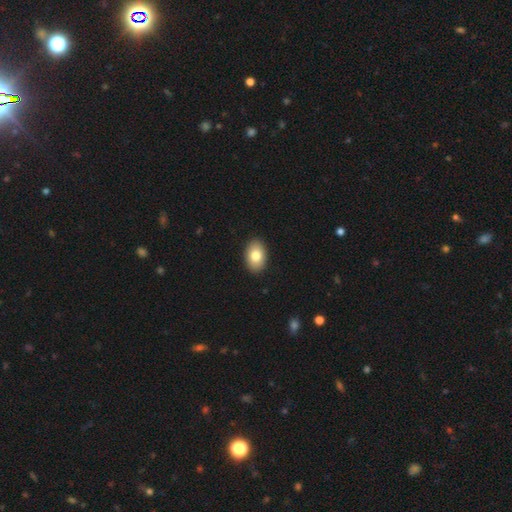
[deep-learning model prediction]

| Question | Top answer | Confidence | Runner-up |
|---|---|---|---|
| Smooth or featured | smooth | 81% | featured or disk (12%) |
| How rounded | in between | 88% | round (11%) |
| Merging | none | 91% | minor disturbance (7%) |